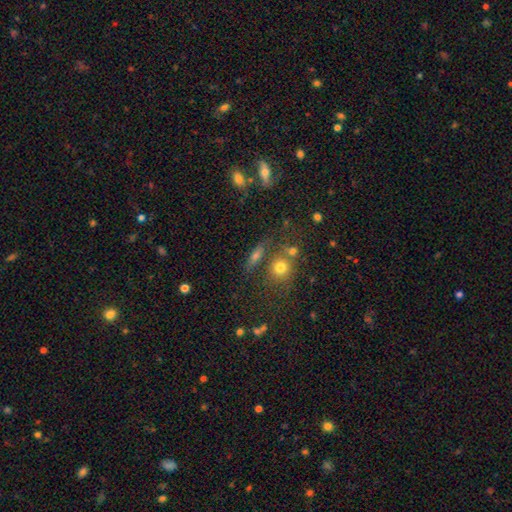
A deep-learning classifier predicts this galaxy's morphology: This appears to be a smooth galaxy with no disk features (62%) that is in between round and cigar-shaped (41%). Merging: none (69%).